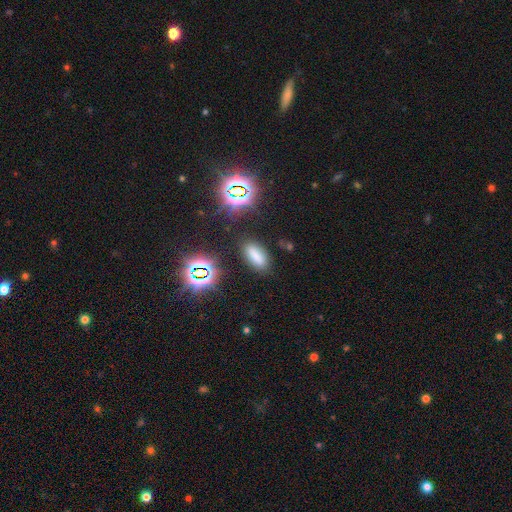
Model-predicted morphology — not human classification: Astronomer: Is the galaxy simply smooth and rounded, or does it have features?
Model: smooth — 70%.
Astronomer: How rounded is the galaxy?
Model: in between — 80%.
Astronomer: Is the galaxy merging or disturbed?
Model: none — 83%.